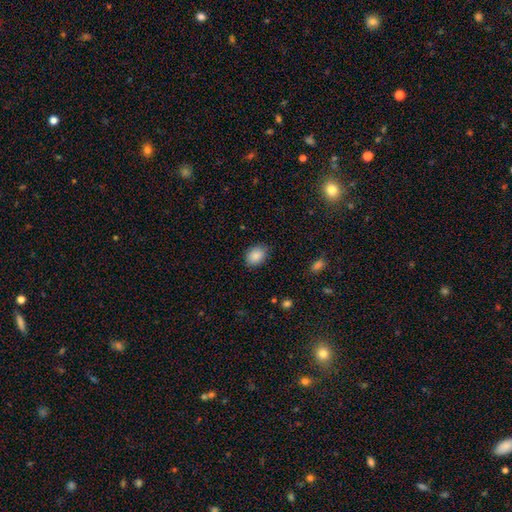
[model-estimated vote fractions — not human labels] Smooth or featured? smooth (88%)
How rounded? in between (75%)
Merging? none (83%)